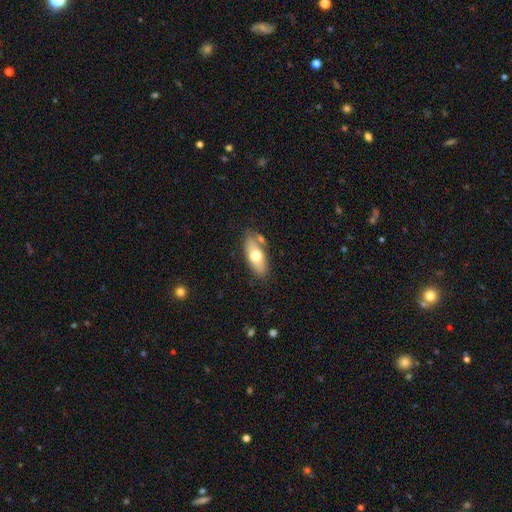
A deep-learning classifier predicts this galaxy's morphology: smooth-or-featured: smooth: 63% | featured or disk: 30% | star or artifact: 6%
  how-rounded: in between: 81% | cigar-shaped: 16% | round: 3%
  merging: none: 70% | minor disturbance: 15% | merger: 10% | major disturbance: 4%